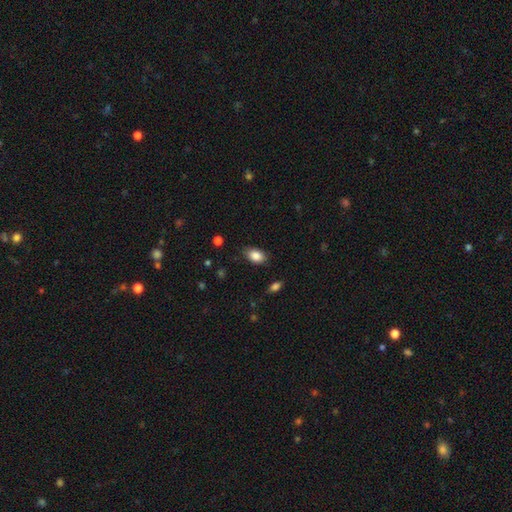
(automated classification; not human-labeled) The model was most divided on "merging": none: 81%, minor disturbance: 14%, major disturbance: 3%, merger: 1%. More confident: smooth or featured — smooth (87%); how rounded — in between (86%).